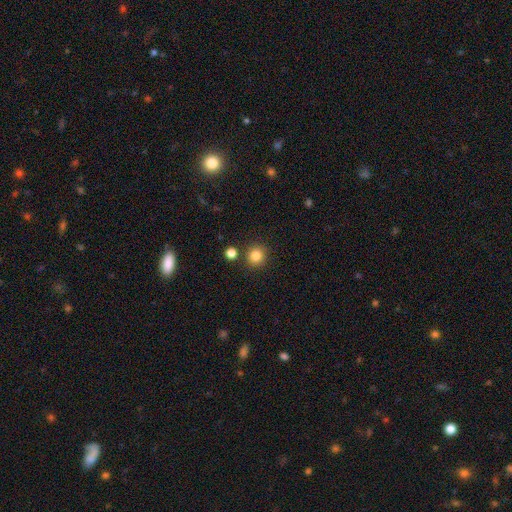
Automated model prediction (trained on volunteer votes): This appears to be a smooth galaxy with no disk features (84%) that is round (92%). Merging: none (86%).